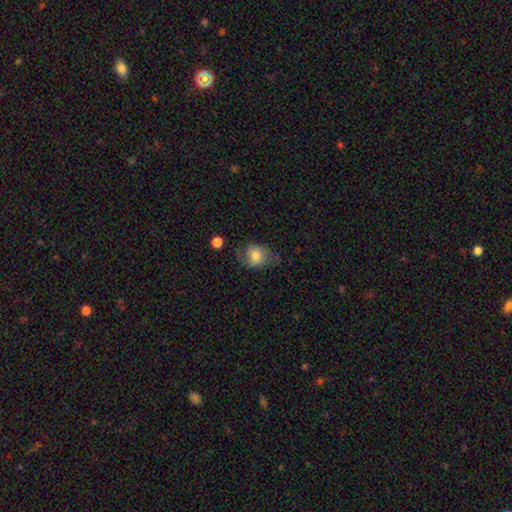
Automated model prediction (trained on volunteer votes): The model was most divided on "how rounded": in between: 59%, round: 39%, cigar-shaped: 1%. More confident: smooth or featured — smooth (64%); merging — none (52%).